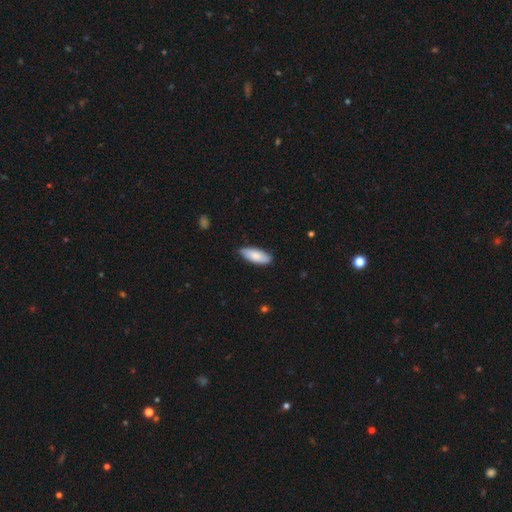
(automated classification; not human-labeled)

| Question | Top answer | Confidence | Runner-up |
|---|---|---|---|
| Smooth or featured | smooth | 81% | featured or disk (14%) |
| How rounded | in between | 79% | cigar-shaped (19%) |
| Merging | none | 83% | minor disturbance (14%) |